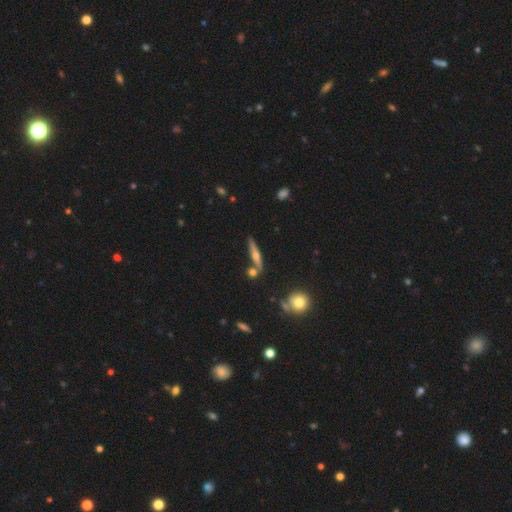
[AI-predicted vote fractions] featured or disk 64%, smooth 28%, star or artifact 8%. Down the decision tree: edge-on disk — yes (95%); edge-on bulge — rounded (89%); merging — none (74%).